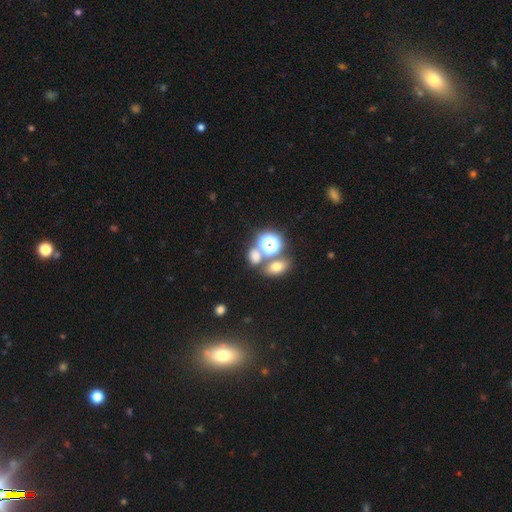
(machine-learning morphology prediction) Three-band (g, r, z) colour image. It shows a smooth galaxy with no disk features (65%) that is in between round and cigar-shaped (51%). Merging: none (55%).